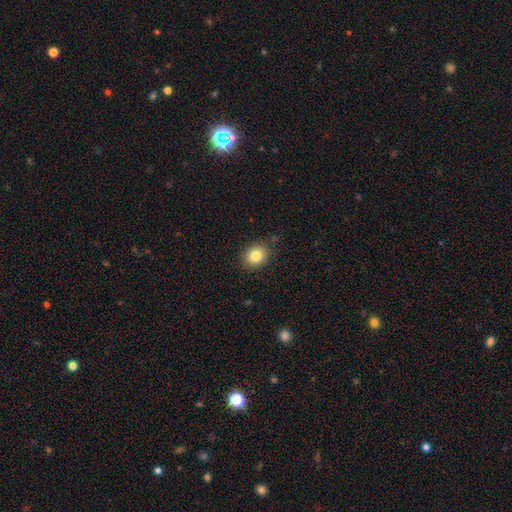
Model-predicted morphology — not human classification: type=smooth (83%); roundness=round (58%); merging=none (84%).